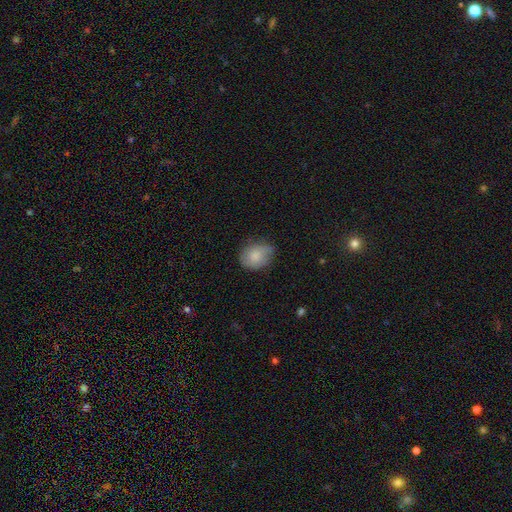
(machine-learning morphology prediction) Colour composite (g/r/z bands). It shows a smooth galaxy with no disk features (79%) that is in between round and cigar-shaped (53%). Merging: none (60%).